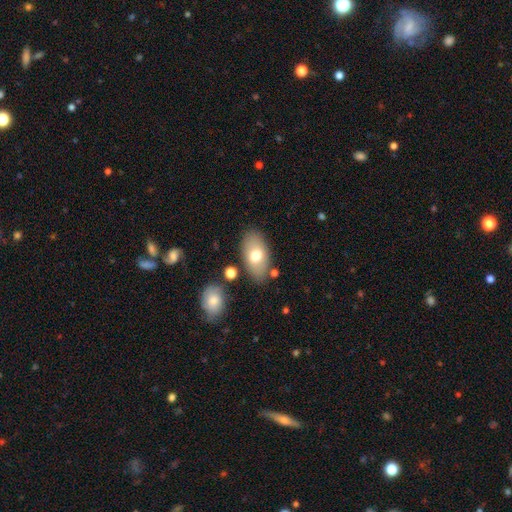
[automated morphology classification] Overall: smooth (72%). How rounded: in between (93%). Merging: none (80%).